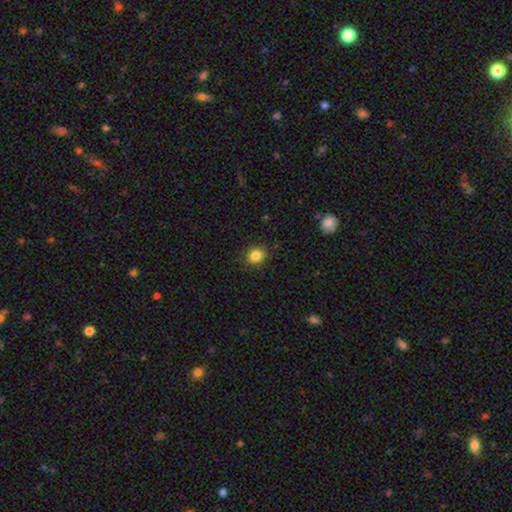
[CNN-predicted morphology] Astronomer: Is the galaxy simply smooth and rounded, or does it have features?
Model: smooth — 84%.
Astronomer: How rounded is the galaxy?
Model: round — 62%.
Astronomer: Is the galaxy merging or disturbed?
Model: none — 87%.